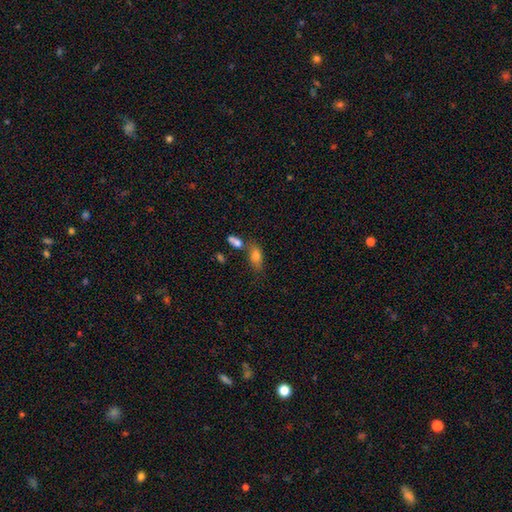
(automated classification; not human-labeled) A smooth galaxy with no disk features (78%) that is in between round and cigar-shaped (84%). Merging: none (49%).